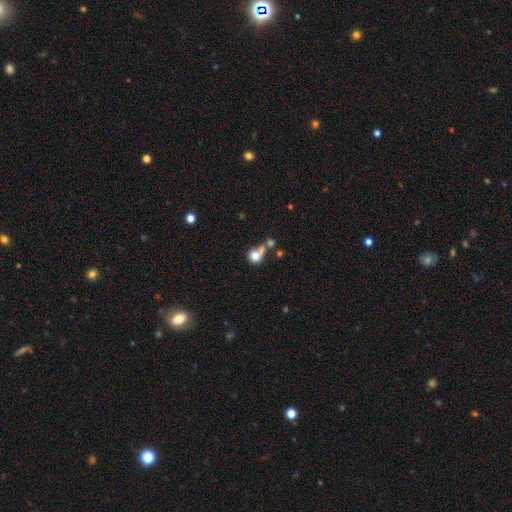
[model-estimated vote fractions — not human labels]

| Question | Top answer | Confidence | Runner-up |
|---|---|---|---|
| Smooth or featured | smooth | 66% | star or artifact (19%) |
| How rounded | round | 82% | in between (16%) |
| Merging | none | 45% | merger (38%) |